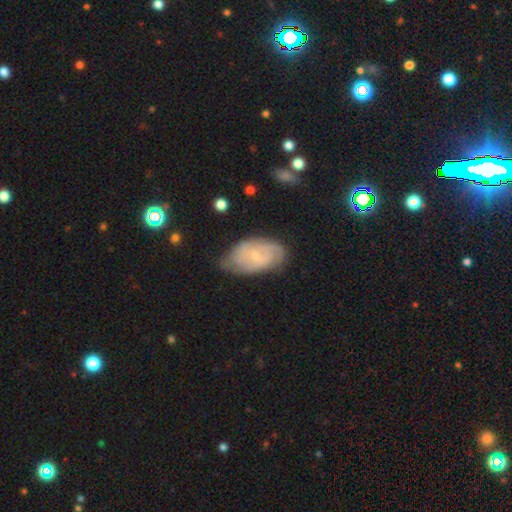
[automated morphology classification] Q: Smooth or featured?
A: featured or disk (56%); runner-up: smooth (36%)
Q: Edge-on disk?
A: no (95%); runner-up: yes (5%)
Q: Bar?
A: no (66%); runner-up: weak (29%)
Q: Spiral arms?
A: yes (79%); runner-up: no (21%)
Q: Bulge size?
A: small (79%); runner-up: moderate (15%)
Q: Merging?
A: none (60%); runner-up: minor disturbance (31%)